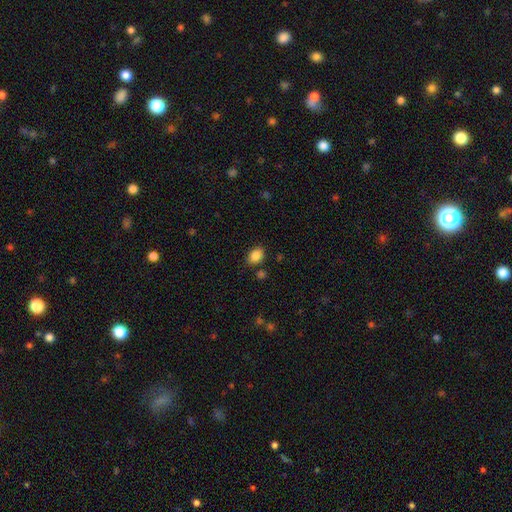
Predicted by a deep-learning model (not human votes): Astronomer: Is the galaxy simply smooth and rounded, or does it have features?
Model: smooth — 87%.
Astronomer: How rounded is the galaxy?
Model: in between — 72%.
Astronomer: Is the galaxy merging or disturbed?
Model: none — 80%.